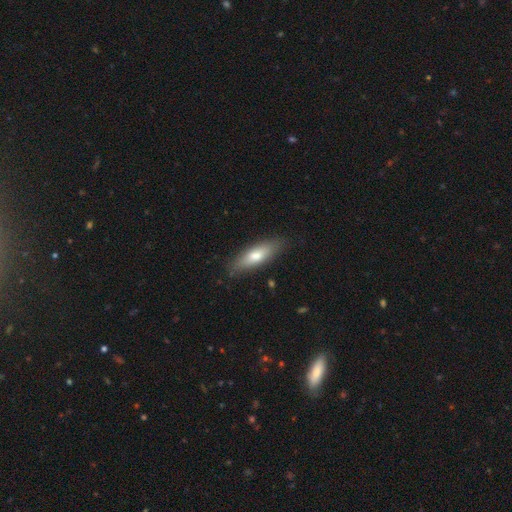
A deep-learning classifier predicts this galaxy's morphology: smooth_or_featured: smooth (p=0.67) [alt: featured or disk p=0.26]
how_rounded: cigar-shaped (p=0.51) [alt: in between p=0.47]
merging: none (p=0.84) [alt: minor disturbance p=0.12]